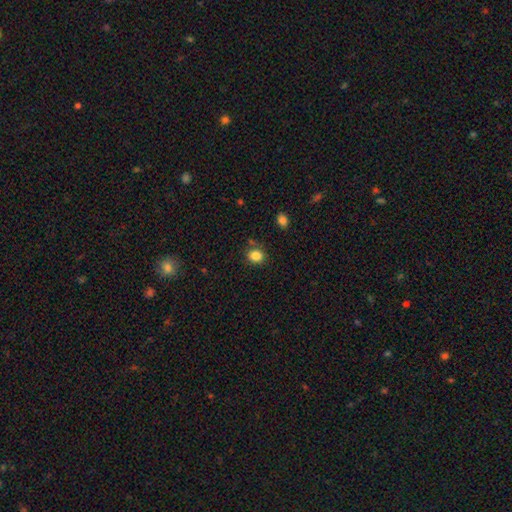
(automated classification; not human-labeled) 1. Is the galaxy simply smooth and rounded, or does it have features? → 84% smooth, 11% star or artifact, 5% featured or disk.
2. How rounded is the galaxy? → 67% round, 32% in between, 1% cigar-shaped.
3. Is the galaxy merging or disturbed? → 77% none, 14% minor disturbance, 4% merger, 4% major disturbance.